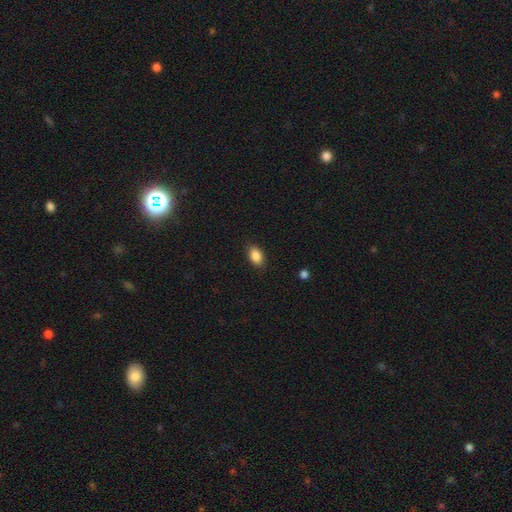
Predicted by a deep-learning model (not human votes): smooth-or-featured: smooth: 88% | star or artifact: 8% | featured or disk: 4%
  how-rounded: in between: 88% | round: 10% | cigar-shaped: 2%
  merging: none: 86% | minor disturbance: 10% | major disturbance: 3% | merger: 1%